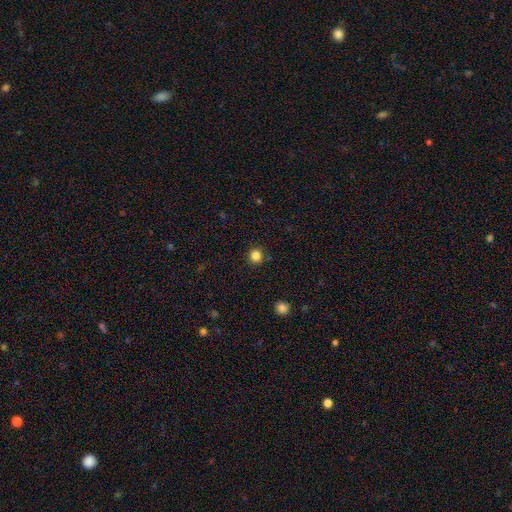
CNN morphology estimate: A smooth galaxy with no disk features (83%) that is round (92%).

Vote fractions:
- Smooth or featured? smooth: 83% / star or artifact: 13% / featured or disk: 4%
- How rounded? round: 92% / in between: 7% / cigar-shaped: 1%
- Merging? none: 90% / minor disturbance: 6% / major disturbance: 2% / merger: 2%